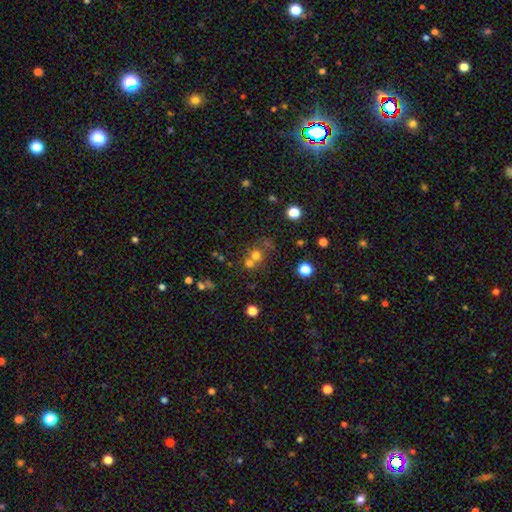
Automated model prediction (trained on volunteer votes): A smooth galaxy with no disk features (65%) that is round (85%).

Vote fractions:
- Smooth or featured? smooth: 65% / star or artifact: 22% / featured or disk: 13%
- How rounded? round: 85% / in between: 14% / cigar-shaped: 1%
- Merging? none: 48% / merger: 41% / minor disturbance: 7% / major disturbance: 4%